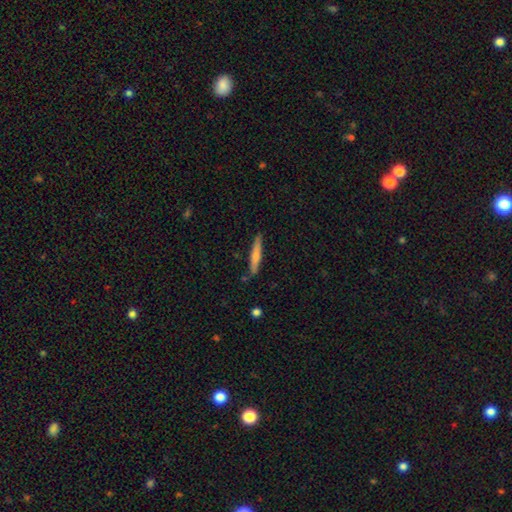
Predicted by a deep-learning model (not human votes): smooth-or-featured: smooth: 61% | featured or disk: 34% | star or artifact: 5%
  how-rounded: cigar-shaped: 93% | in between: 6% | round: 1%
  merging: none: 85% | minor disturbance: 11% | merger: 2% | major disturbance: 2%